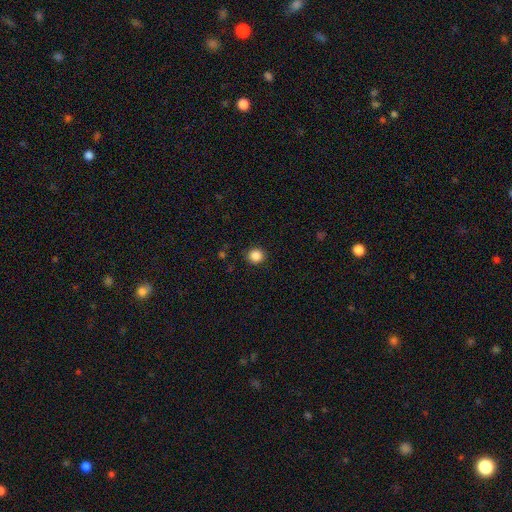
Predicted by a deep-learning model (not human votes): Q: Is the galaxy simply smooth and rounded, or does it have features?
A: smooth — 86%.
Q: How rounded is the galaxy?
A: round — 89%.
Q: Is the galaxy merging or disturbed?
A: none — 90%.